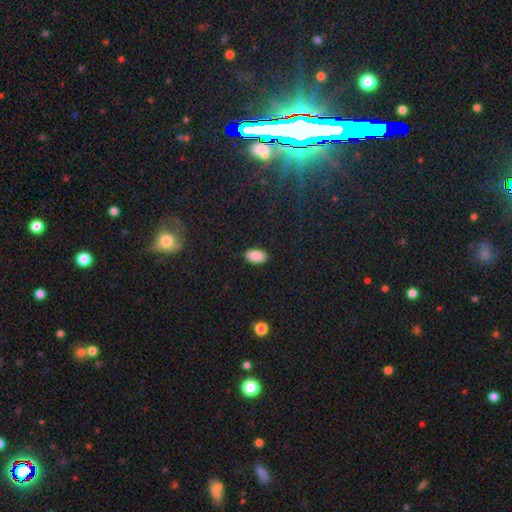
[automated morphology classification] smooth_or_featured: smooth (p=0.88) [alt: star or artifact p=0.08]
how_rounded: in between (p=0.94) [alt: round p=0.04]
merging: none (p=0.89) [alt: minor disturbance p=0.08]